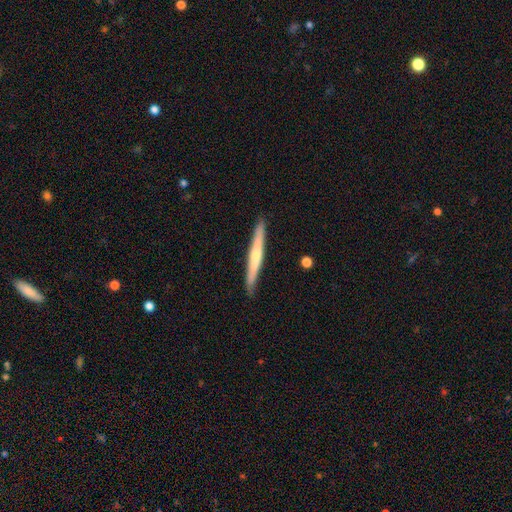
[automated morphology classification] Smooth or featured?
  - featured or disk: 53% *
  - smooth: 42%
  - star or artifact: 5%
Edge-on disk?
  - yes: 96% *
  - no: 4%
Edge-on bulge?
  - rounded: 54% *
  - none: 40%
  - boxy: 6%
Merging?
  - none: 89% *
  - minor disturbance: 8%
  - major disturbance: 1%
  - merger: 1%